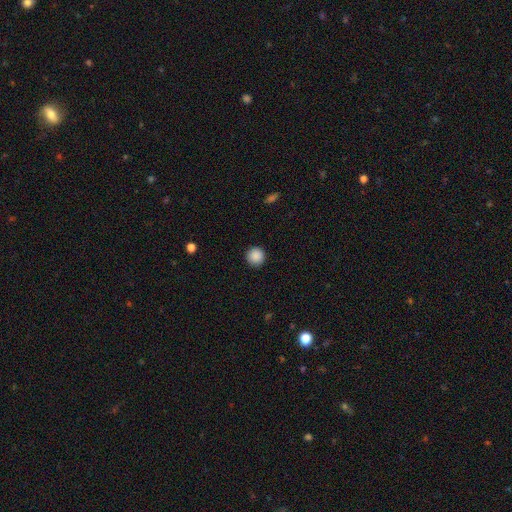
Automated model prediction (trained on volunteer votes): smooth 89%, star or artifact 9%, featured or disk 3%. Down the decision tree: how rounded — round (95%); merging — none (92%).